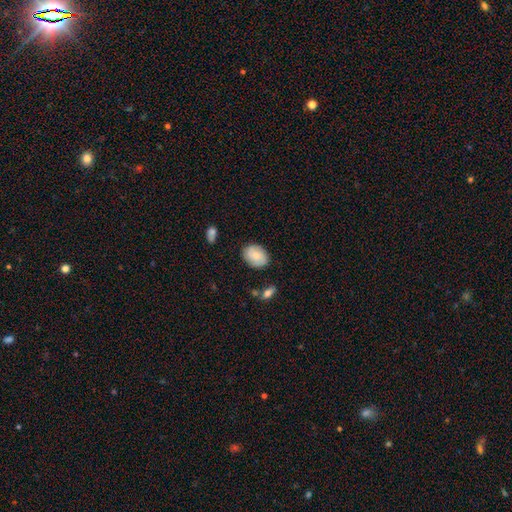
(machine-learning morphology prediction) smooth-or-featured: smooth: 66% | featured or disk: 27% | star or artifact: 7%
  how-rounded: in between: 66% | round: 33% | cigar-shaped: 1%
  merging: none: 80% | minor disturbance: 15% | major disturbance: 3% | merger: 2%